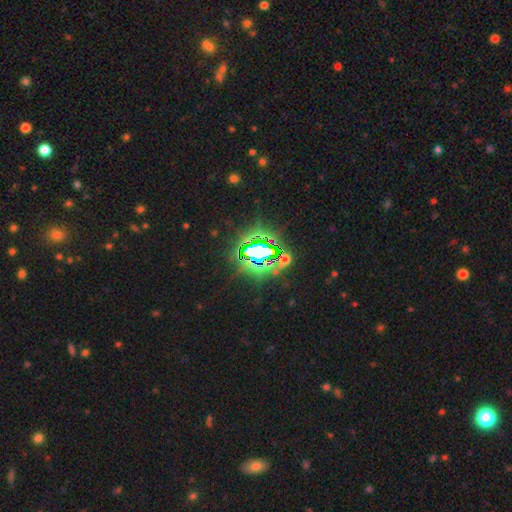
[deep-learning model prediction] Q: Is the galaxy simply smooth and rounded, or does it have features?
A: star or artifact — 79%.